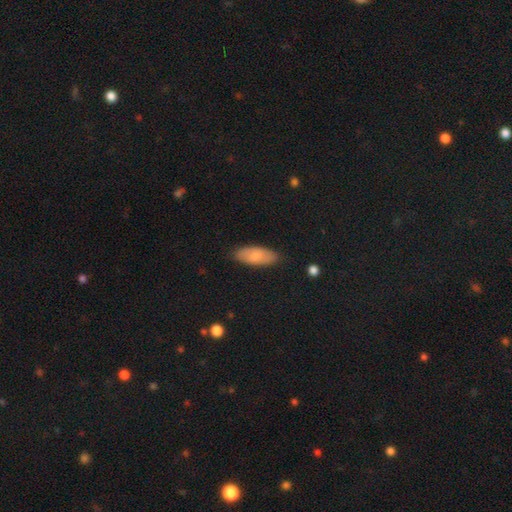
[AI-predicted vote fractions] Morphology: type=smooth (78%); roundness=in between (79%); merging=none (84%).